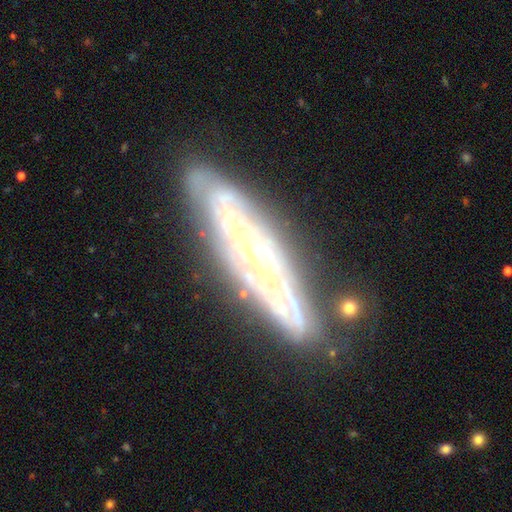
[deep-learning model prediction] Q: Smooth or featured?
A: featured or disk (81%); runner-up: smooth (12%)
Q: Edge-on disk?
A: no (67%); runner-up: yes (33%)
Q: Bar?
A: no (60%); runner-up: weak (27%)
Q: Spiral arms?
A: yes (85%); runner-up: no (15%)
Q: Bulge size?
A: small (64%); runner-up: moderate (29%)
Q: Merging?
A: none (77%); runner-up: minor disturbance (16%)